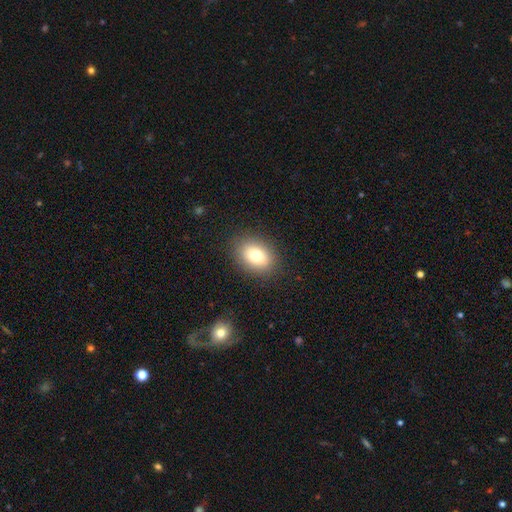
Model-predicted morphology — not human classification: type=smooth (77%); roundness=in between (68%); merging=none (87%).